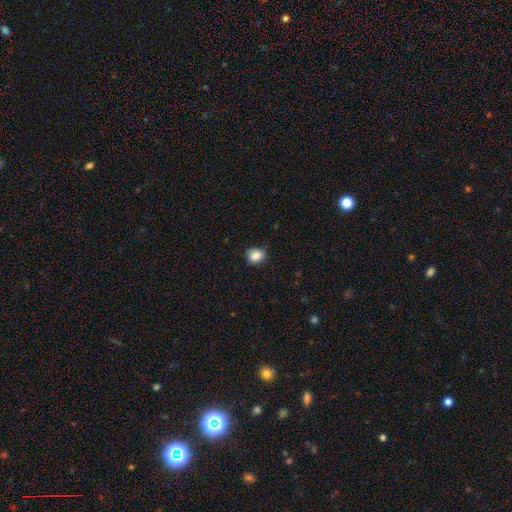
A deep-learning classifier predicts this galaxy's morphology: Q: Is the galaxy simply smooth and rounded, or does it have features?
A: smooth — 87%.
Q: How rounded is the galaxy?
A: round — 60%.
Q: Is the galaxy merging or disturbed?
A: none — 82%.